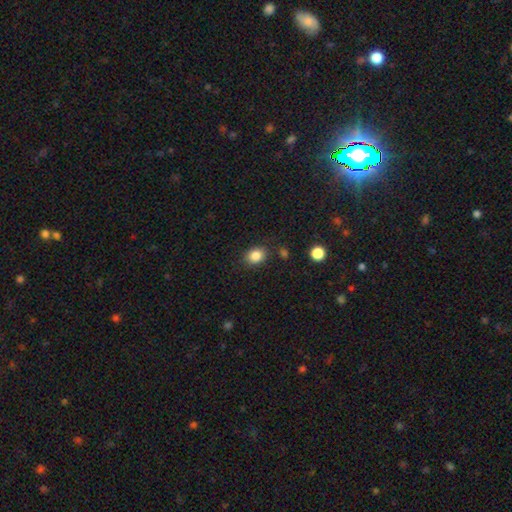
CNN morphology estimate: type=smooth (85%); roundness=in between (56%); merging=none (83%).